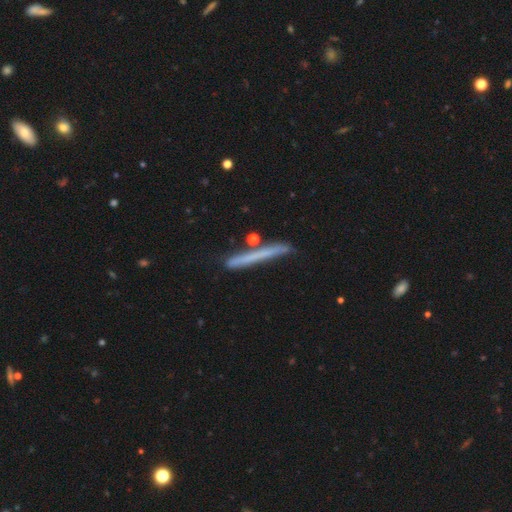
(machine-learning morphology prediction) A smooth galaxy with no disk features (53%) that is cigar-shaped (97%).

Vote fractions:
- Smooth or featured? smooth: 53% / featured or disk: 39% / star or artifact: 7%
- How rounded? cigar-shaped: 97% / in between: 2% / round: 1%
- Merging? none: 85% / minor disturbance: 10% / merger: 4% / major disturbance: 2%